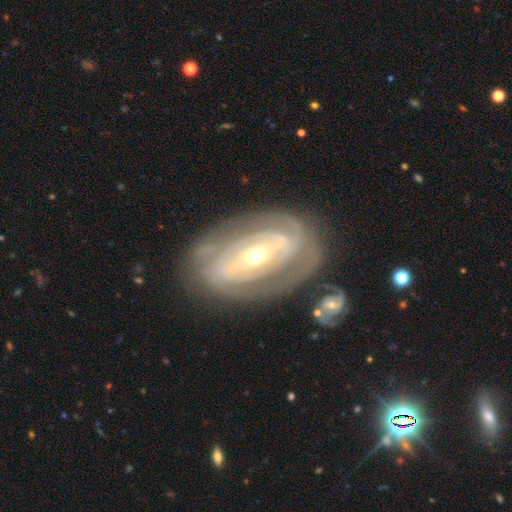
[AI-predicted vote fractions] A featured or disk galaxy (83%) with a strong bar (38%), tight (70%) spiral arms (77%) and a small central bulge (54%).

Vote fractions:
- Smooth or featured? featured or disk: 83% / smooth: 11% / star or artifact: 6%
- Edge-on disk? no: 93% / yes: 7%
- Bar? strong: 38% / no: 32% / weak: 30%
- Spiral arms? yes: 77% / no: 23%
- Spiral winding? tight: 70% / medium: 22% / loose: 8%
- Spiral arm count? can't tell: 42% / 2: 35% / 3: 10% / 4: 5% / 1: 4% / more than 4: 4%
- Bulge size? small: 54% / moderate: 42% / large: 3% / dominant: 1% / none: 1%
- Merging? none: 74% / minor disturbance: 16% / major disturbance: 8% / merger: 3%